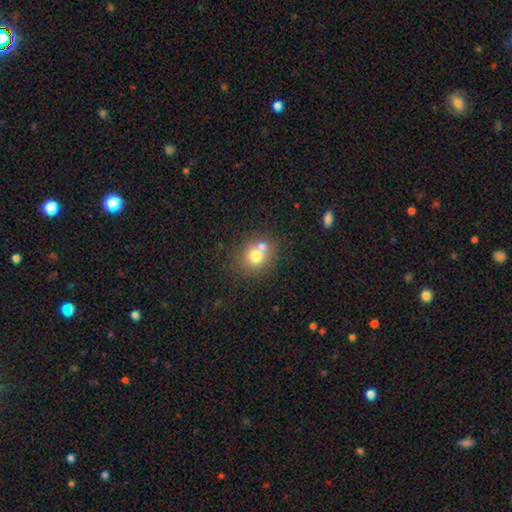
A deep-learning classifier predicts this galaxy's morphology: A smooth galaxy with no disk features (71%) that is round (80%). Merging: none (48%).